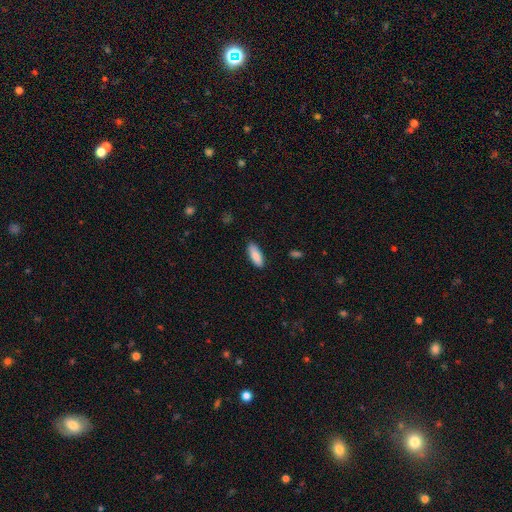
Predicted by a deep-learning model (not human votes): Smooth or featured? smooth (88%)
How rounded? in between (72%)
Merging? none (88%)